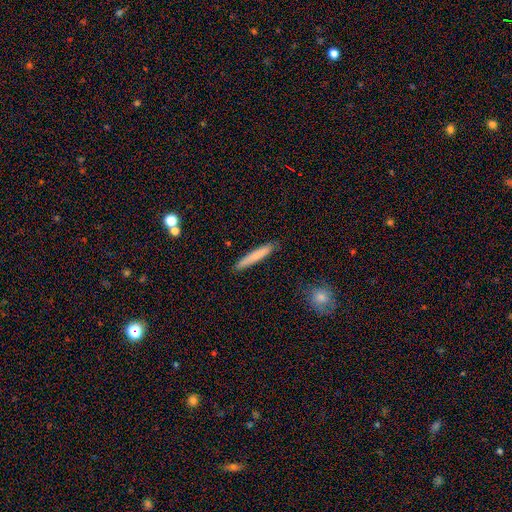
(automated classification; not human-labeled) Overall: smooth (76%). How rounded: cigar-shaped (95%). Merging: none (89%).